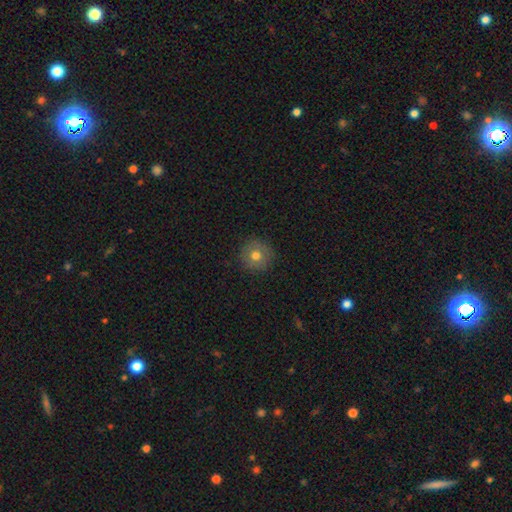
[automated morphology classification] A smooth galaxy with no disk features (73%) that is round (95%).

Vote fractions:
- Smooth or featured? smooth: 73% / featured or disk: 16% / star or artifact: 11%
- How rounded? round: 95% / in between: 4% / cigar-shaped: 1%
- Merging? none: 89% / minor disturbance: 8% / major disturbance: 2% / merger: 1%